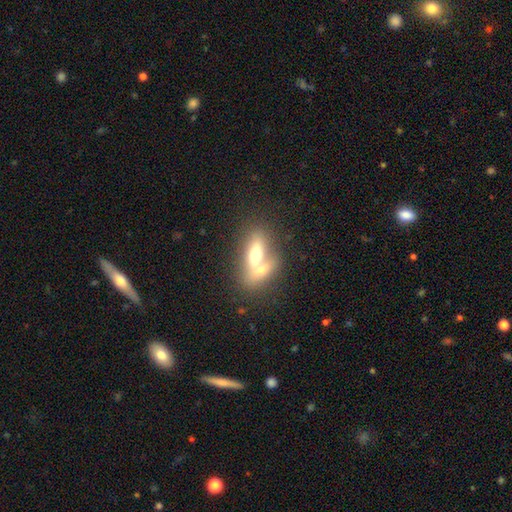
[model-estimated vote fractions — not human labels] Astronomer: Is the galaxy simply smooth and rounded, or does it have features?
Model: smooth — 56% (runner-up: featured or disk, 37%).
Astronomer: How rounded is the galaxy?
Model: in between — 63%.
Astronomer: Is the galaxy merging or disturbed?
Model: merger — 58%.